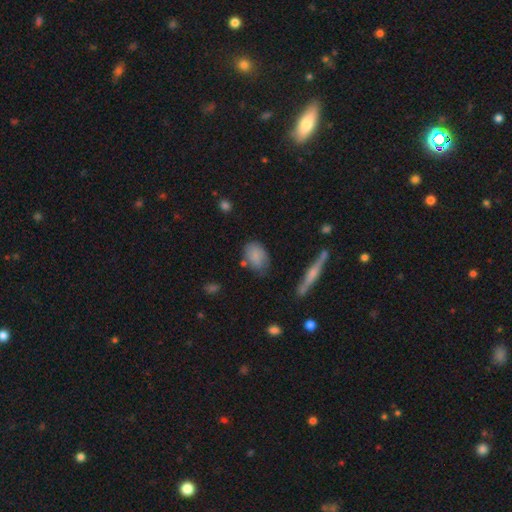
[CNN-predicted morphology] A smooth galaxy with no disk features (78%) that is in between round and cigar-shaped (82%). Merging: none (63%).